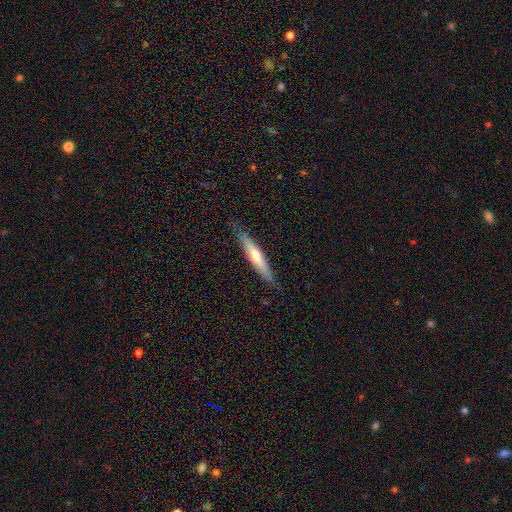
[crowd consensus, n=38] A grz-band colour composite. It shows a featured or disk galaxy (58%) viewed edge-on (100%) with a rounded central bulge (91%). Merging: none (75%).